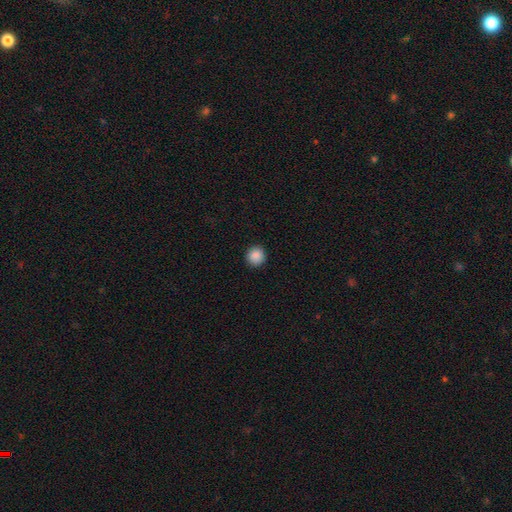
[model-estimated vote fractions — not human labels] A smooth galaxy with no disk features (88%) that is round (89%). Merging: none (92%).